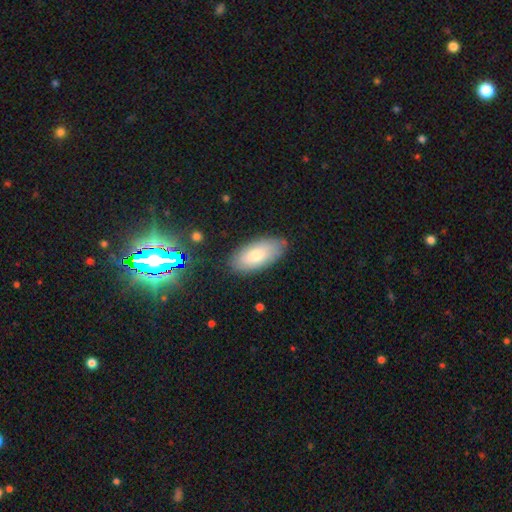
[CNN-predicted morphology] Smooth or featured? Predicted: smooth (p=0.73). How rounded? Predicted: in between (p=0.91). Merging? Predicted: none (p=0.84).